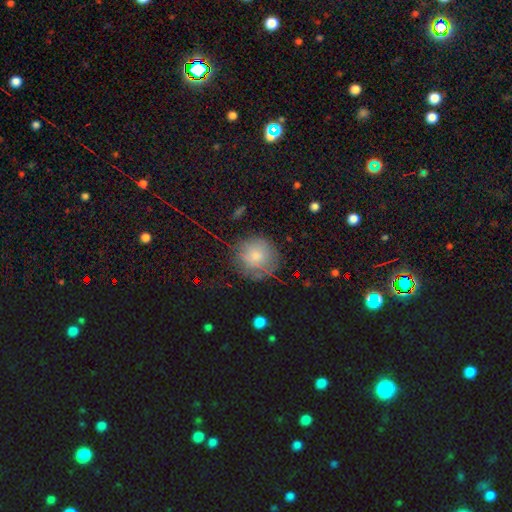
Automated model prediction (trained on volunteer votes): Smooth or featured? smooth (68%)
How rounded? round (91%)
Merging? none (70%)